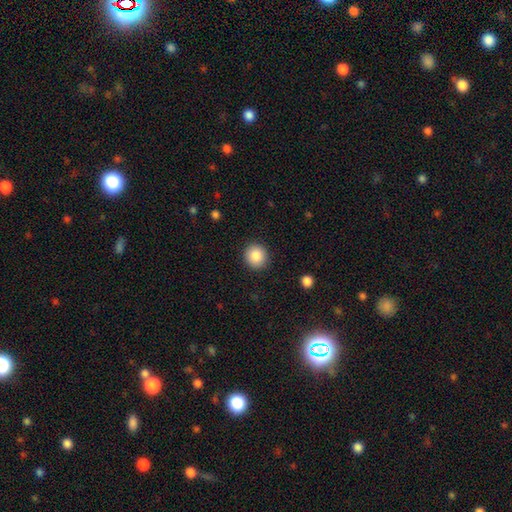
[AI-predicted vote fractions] Smooth or featured: smooth — 85% (star or artifact — 9%)
How rounded: round — 92% (in between — 7%)
Merging: none — 91% (minor disturbance — 6%)